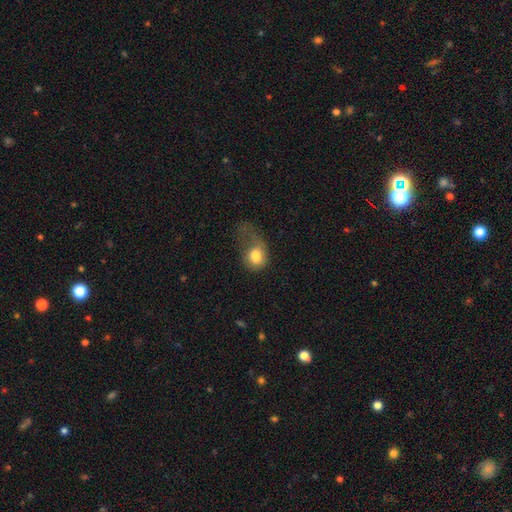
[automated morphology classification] A smooth galaxy with no disk features (71%) that is in between round and cigar-shaped (61%). Merging: major disturbance (62%).